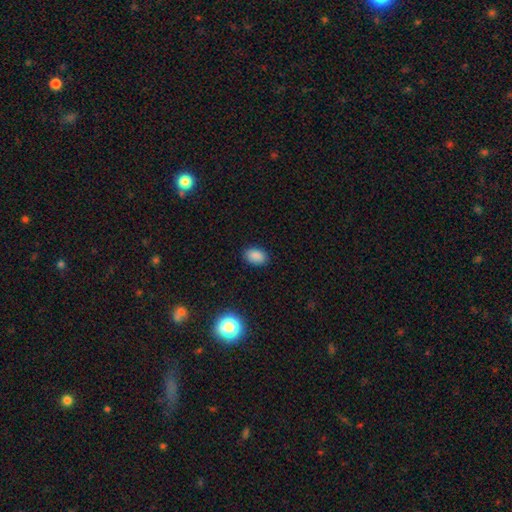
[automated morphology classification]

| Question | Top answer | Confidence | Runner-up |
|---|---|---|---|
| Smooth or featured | smooth | 85% | star or artifact (11%) |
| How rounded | in between | 83% | round (15%) |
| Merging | none | 87% | minor disturbance (10%) |